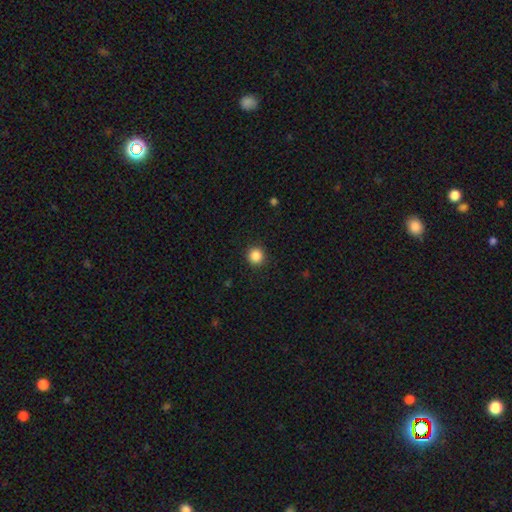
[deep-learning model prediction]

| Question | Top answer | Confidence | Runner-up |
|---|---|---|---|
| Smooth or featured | smooth | 87% | star or artifact (10%) |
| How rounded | round | 94% | in between (5%) |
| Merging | none | 92% | minor disturbance (5%) |